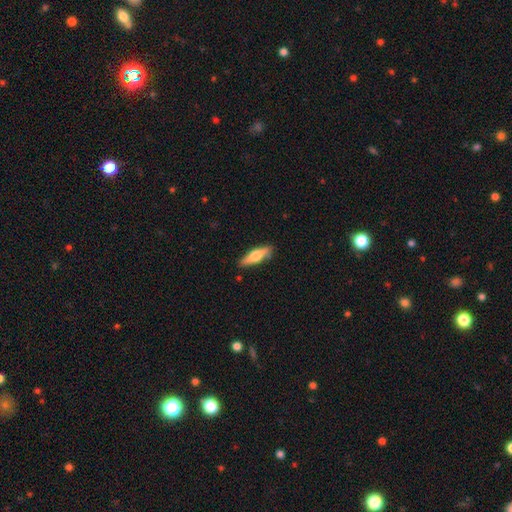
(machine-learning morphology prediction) Overall: smooth (51%; featured or disk 43%). How rounded: cigar-shaped (64%; in between 34%). Merging: none (85%).